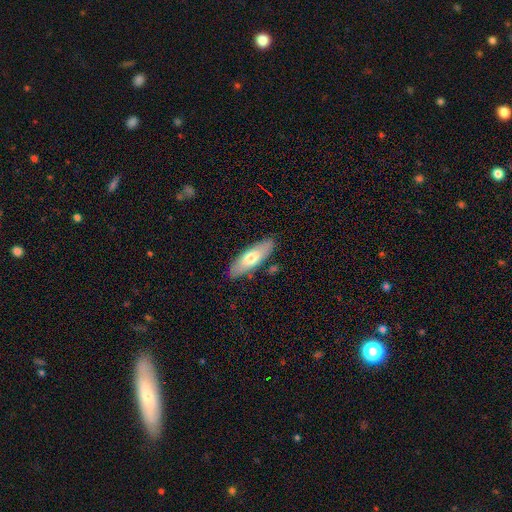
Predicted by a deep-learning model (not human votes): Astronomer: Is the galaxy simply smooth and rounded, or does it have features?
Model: smooth — 54% (runner-up: featured or disk, 38%).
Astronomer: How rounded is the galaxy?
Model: in between — 49% (runner-up: cigar-shaped, 48%).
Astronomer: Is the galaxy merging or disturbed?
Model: none — 85%.